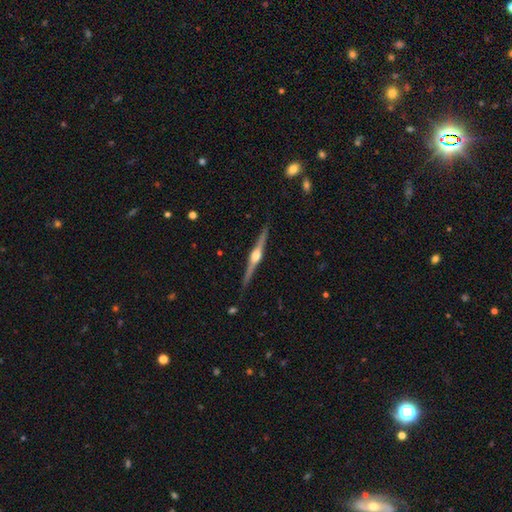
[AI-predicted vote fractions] This appears to be a featured or disk galaxy (85%) viewed edge-on (99%) with a rounded central bulge (94%). Merging: none (90%).